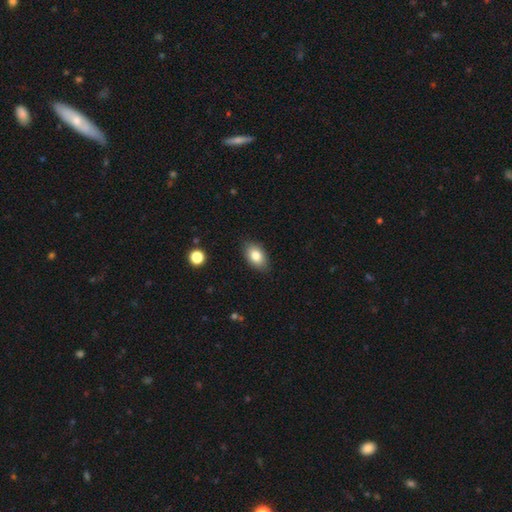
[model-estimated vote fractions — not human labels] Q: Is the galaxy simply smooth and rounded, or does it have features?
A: smooth — 82%.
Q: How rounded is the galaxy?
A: in between — 89%.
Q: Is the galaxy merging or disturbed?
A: none — 85%.